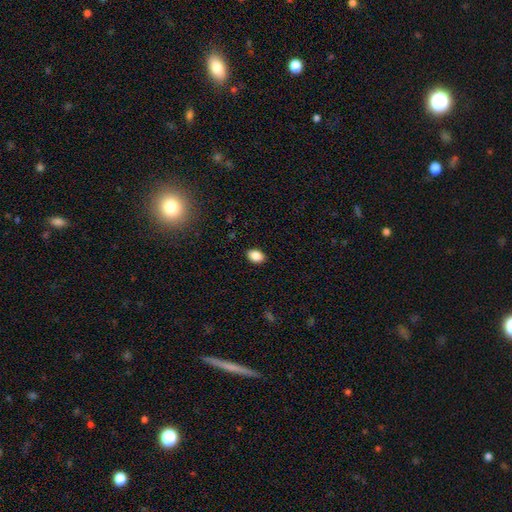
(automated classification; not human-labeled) Smooth or featured? smooth (88%)
How rounded? in between (79%)
Merging? none (90%)